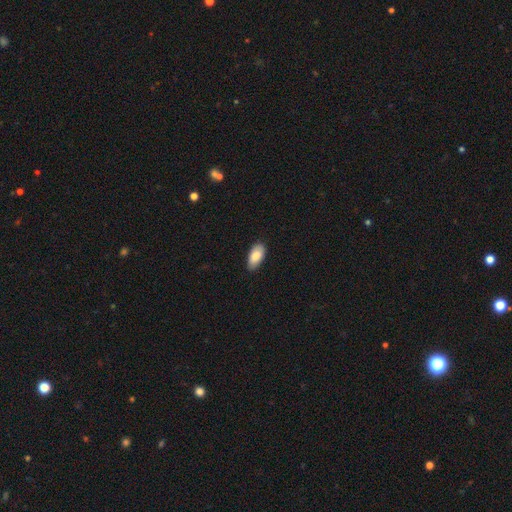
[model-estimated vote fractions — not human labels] The model was most divided on "merging": none: 80%, minor disturbance: 16%, major disturbance: 2%, merger: 1%. More confident: how rounded — in between (93%); smooth or featured — smooth (86%).